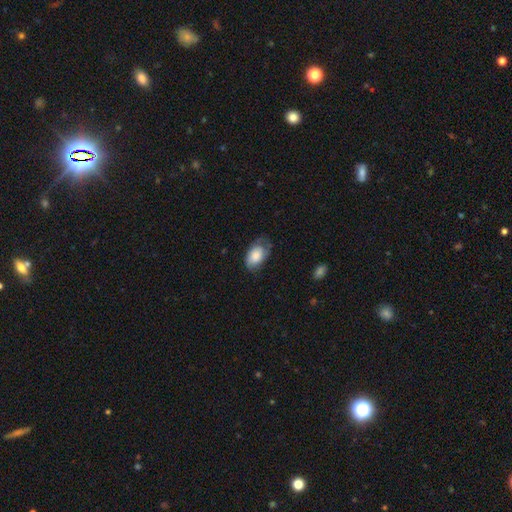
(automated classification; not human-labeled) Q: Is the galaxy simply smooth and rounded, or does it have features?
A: smooth — 74%.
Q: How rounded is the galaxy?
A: in between — 91%.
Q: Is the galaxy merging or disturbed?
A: none — 49%.